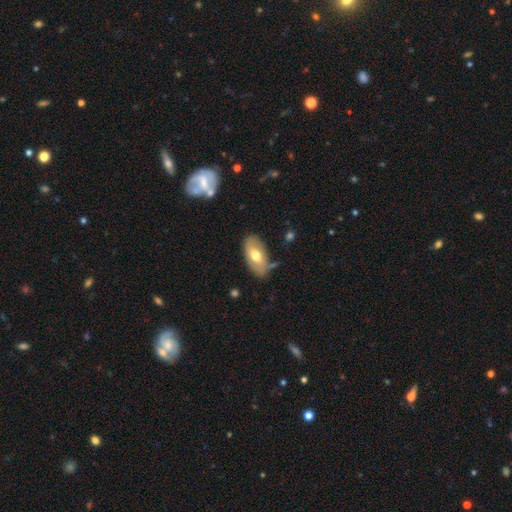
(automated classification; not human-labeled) A smooth galaxy with no disk features (62%) that is in between round and cigar-shaped (92%). Merging: none (69%).